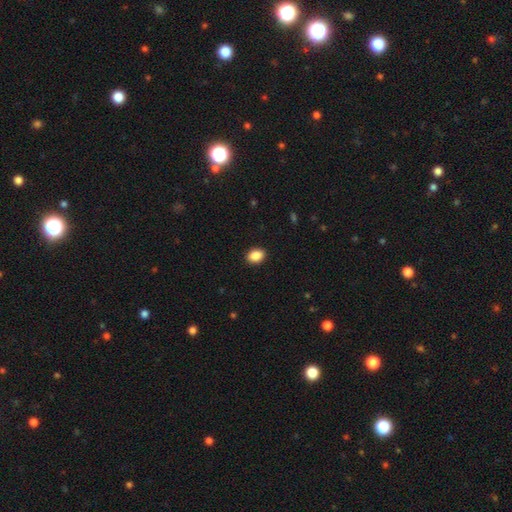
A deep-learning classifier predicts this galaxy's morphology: type=smooth (89%); roundness=in between (72%); merging=none (91%).